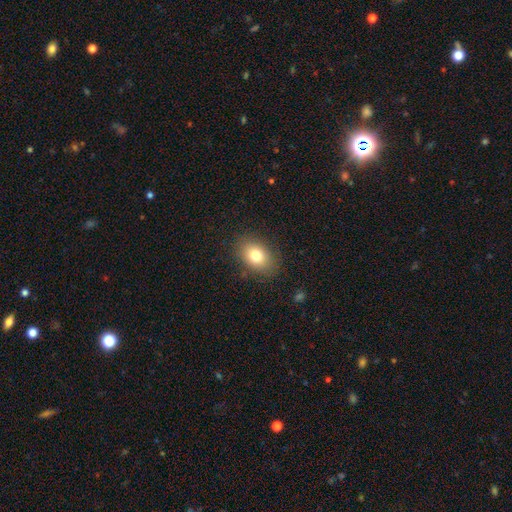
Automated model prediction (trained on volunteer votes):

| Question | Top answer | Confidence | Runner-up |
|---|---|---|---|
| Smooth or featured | smooth | 78% | featured or disk (12%) |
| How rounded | in between | 75% | round (24%) |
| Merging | none | 86% | minor disturbance (10%) |